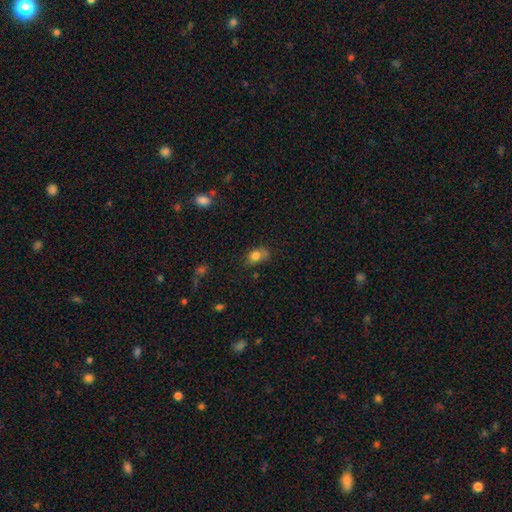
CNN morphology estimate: Smooth or featured: smooth — 78% (star or artifact — 12%)
How rounded: in between — 62% (round — 36%)
Merging: none — 48% (minor disturbance — 29%)